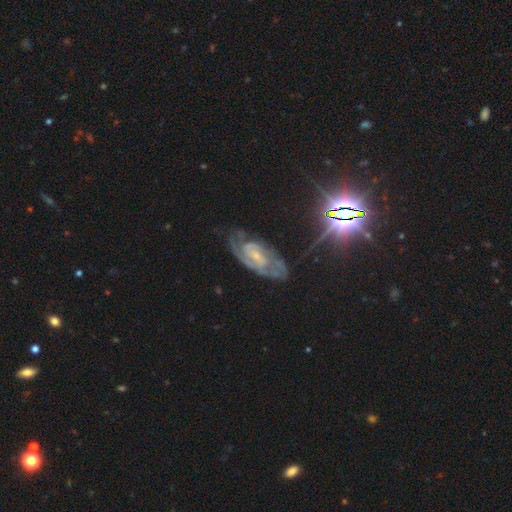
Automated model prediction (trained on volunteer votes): smooth_or_featured: featured or disk (p=0.81) [alt: star or artifact p=0.10]
disk_edge_on: no (p=0.95) [alt: yes p=0.05]
bar: no (p=0.47) [alt: weak p=0.41]
has_spiral_arms: yes (p=0.93) [alt: no p=0.07]
spiral_winding: tight (p=0.53) [alt: medium p=0.38]
spiral_arm_count: 2 (p=0.50) [alt: can't tell p=0.27]
bulge_size: small (p=0.71) [alt: moderate p=0.20]
merging: none (p=0.61) [alt: minor disturbance p=0.23]